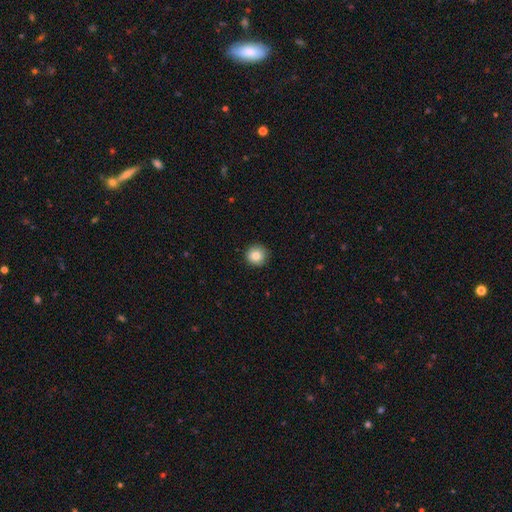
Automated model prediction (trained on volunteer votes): smooth-or-featured: smooth: 84% | star or artifact: 9% | featured or disk: 7%
  how-rounded: round: 95% | in between: 4% | cigar-shaped: 1%
  merging: none: 91% | minor disturbance: 7% | major disturbance: 2% | merger: 1%